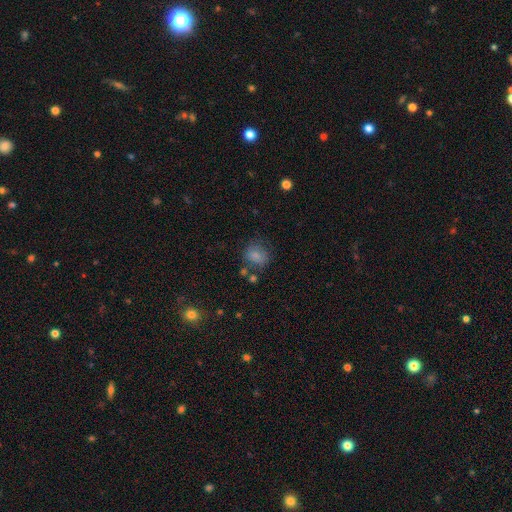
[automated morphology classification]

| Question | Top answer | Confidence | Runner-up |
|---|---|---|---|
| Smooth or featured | smooth | 79% | star or artifact (12%) |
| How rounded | round | 62% | in between (37%) |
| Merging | none | 66% | minor disturbance (19%) |